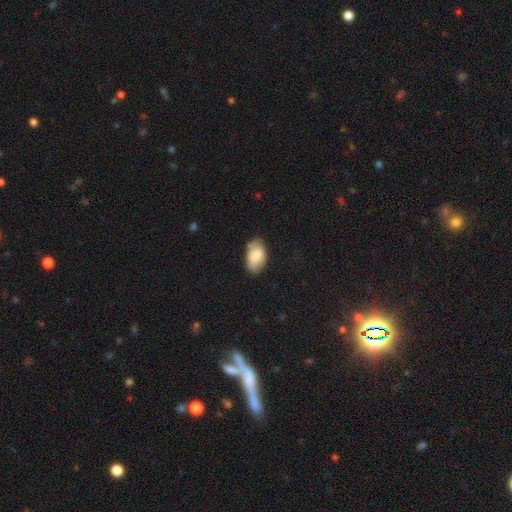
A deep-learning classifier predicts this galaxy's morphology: The model was most divided on "merging": none: 70%, minor disturbance: 24%, major disturbance: 5%, merger: 2%. More confident: how rounded — in between (94%); smooth or featured — smooth (83%).